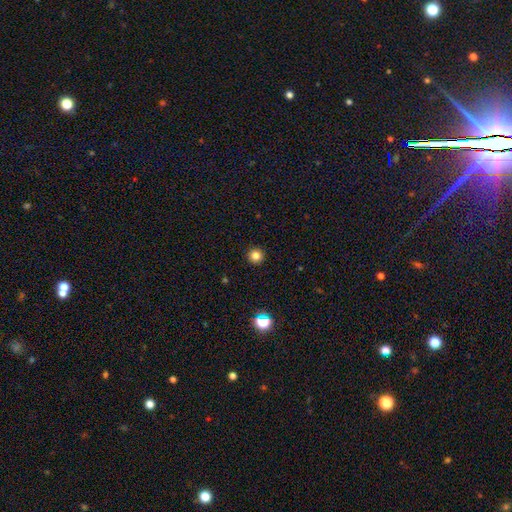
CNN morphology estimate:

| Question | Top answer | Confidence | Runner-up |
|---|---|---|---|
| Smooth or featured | smooth | 81% | star or artifact (14%) |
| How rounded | round | 96% | in between (3%) |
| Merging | none | 93% | minor disturbance (4%) |